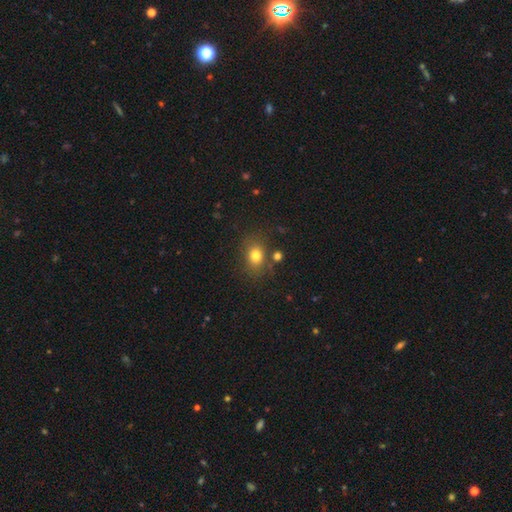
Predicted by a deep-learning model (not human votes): Smooth or featured? smooth (79%)
How rounded? in between (54%)
Merging? none (74%)